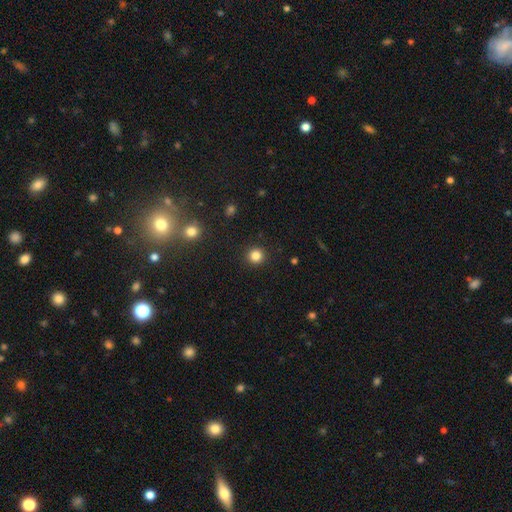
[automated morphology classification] Smooth or featured?
  - smooth: 84% *
  - star or artifact: 12%
  - featured or disk: 4%
How rounded?
  - round: 94% *
  - in between: 5%
  - cigar-shaped: 1%
Merging?
  - none: 92% *
  - minor disturbance: 5%
  - major disturbance: 2%
  - merger: 1%